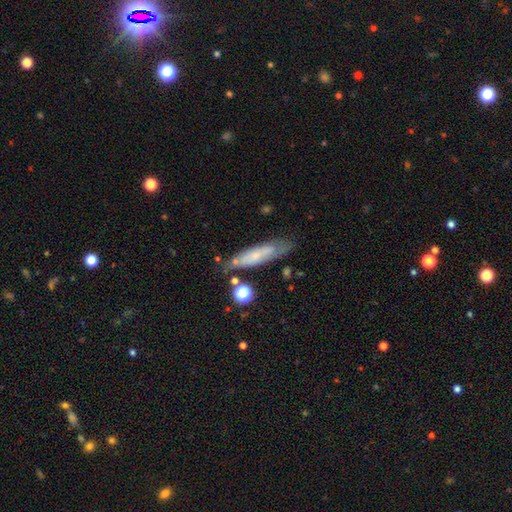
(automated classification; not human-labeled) Smooth or featured? smooth (58%)
How rounded? cigar-shaped (73%)
Merging? none (66%)